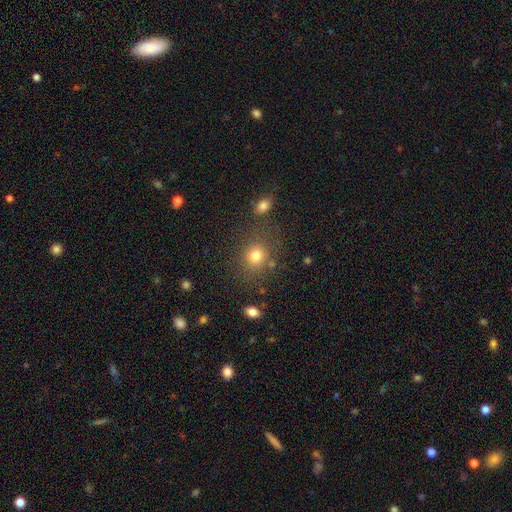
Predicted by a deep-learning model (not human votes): The model was most divided on "how rounded": round: 76%, in between: 24%, cigar-shaped: 1%. More confident: smooth or featured — smooth (77%); merging — none (75%).